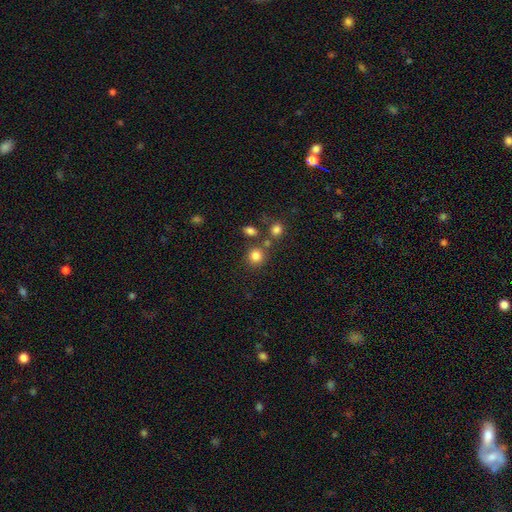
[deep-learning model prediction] A smooth galaxy with no disk features (82%) that is round (86%).

Vote fractions:
- Smooth or featured? smooth: 82% / star or artifact: 13% / featured or disk: 6%
- How rounded? round: 86% / in between: 13% / cigar-shaped: 1%
- Merging? none: 73% / merger: 14% / minor disturbance: 9% / major disturbance: 4%